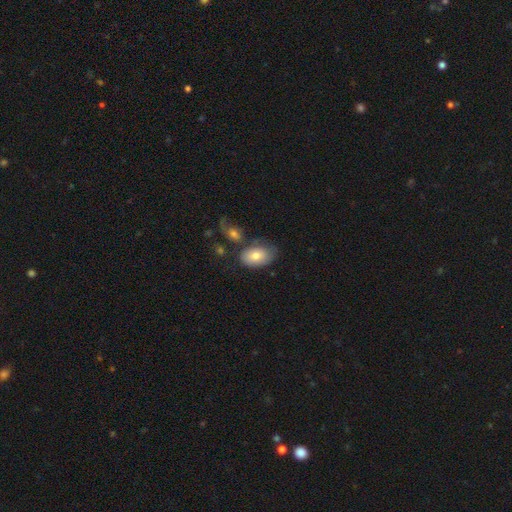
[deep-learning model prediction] smooth-or-featured: smooth: 74% | featured or disk: 20% | star or artifact: 7%
  how-rounded: in between: 89% | round: 10% | cigar-shaped: 1%
  merging: none: 52% | minor disturbance: 23% | merger: 16% | major disturbance: 10%